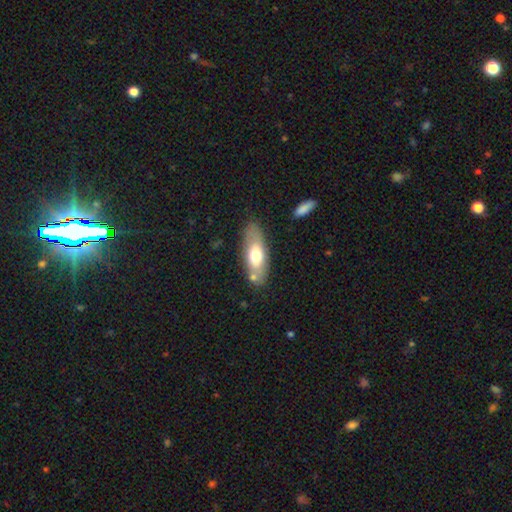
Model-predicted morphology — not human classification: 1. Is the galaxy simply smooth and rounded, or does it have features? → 64% smooth, 30% featured or disk, 6% star or artifact.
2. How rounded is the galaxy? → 71% in between, 27% cigar-shaped, 3% round.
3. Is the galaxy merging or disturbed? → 75% none, 15% minor disturbance, 6% merger, 4% major disturbance.